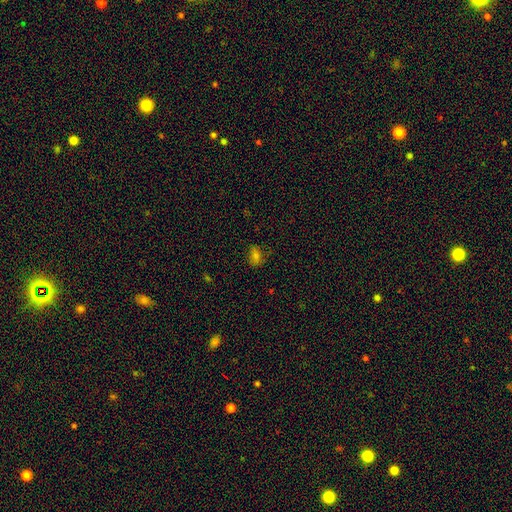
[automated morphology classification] Smooth or featured?
  - smooth: 71% *
  - star or artifact: 20%
  - featured or disk: 9%
How rounded?
  - in between: 75% *
  - round: 23%
  - cigar-shaped: 2%
Merging?
  - none: 71% *
  - minor disturbance: 21%
  - major disturbance: 6%
  - merger: 2%